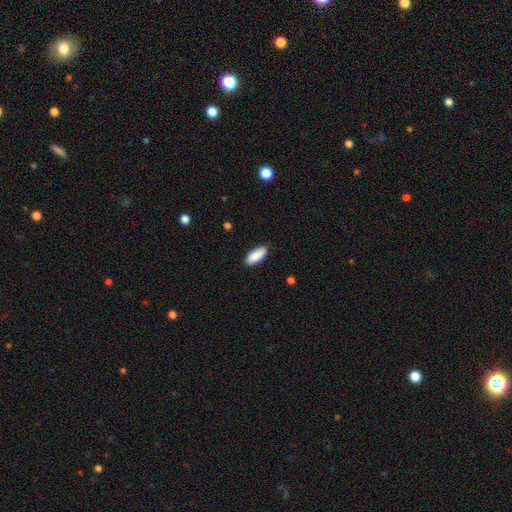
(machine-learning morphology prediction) This appears to be a smooth galaxy with no disk features (88%) that is in between round and cigar-shaped (82%). Merging: none (87%).